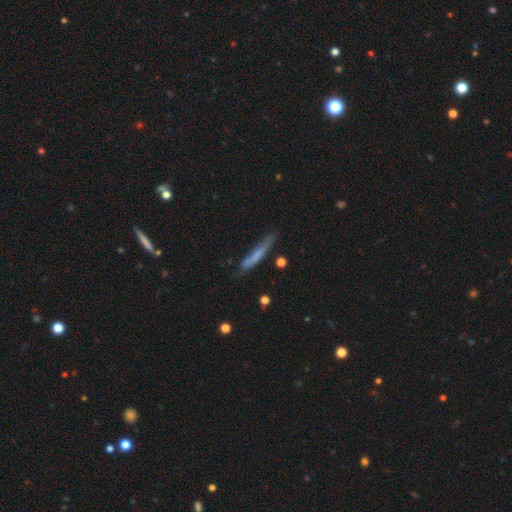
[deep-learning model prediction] Smooth or featured?
  - smooth: 56% *
  - featured or disk: 36%
  - star or artifact: 7%
How rounded?
  - cigar-shaped: 93% *
  - in between: 5%
  - round: 2%
Merging?
  - none: 66% *
  - minor disturbance: 24%
  - major disturbance: 6%
  - merger: 4%